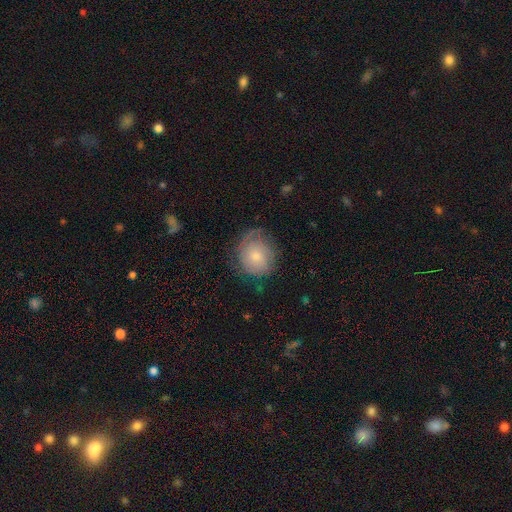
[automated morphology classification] smooth-or-featured: smooth: 56% | featured or disk: 36% | star or artifact: 8%
  how-rounded: round: 82% | in between: 17% | cigar-shaped: 1%
  merging: none: 61% | minor disturbance: 26% | major disturbance: 11% | merger: 1%